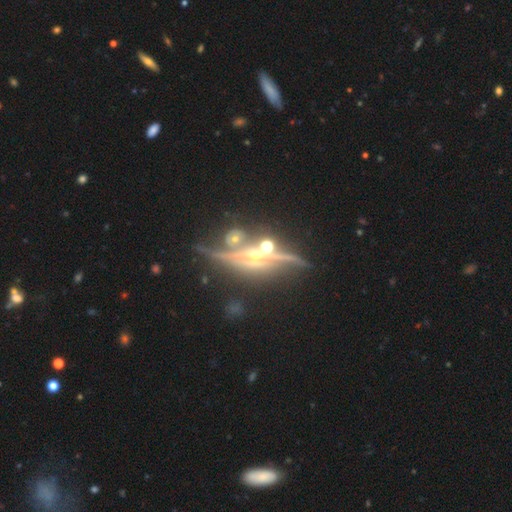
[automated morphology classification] The model was most divided on "merging": none: 62%, merger: 16%, minor disturbance: 14%, major disturbance: 8%. More confident: edge-on bulge — rounded (87%); edge-on disk — yes (81%); smooth or featured — featured or disk (77%).